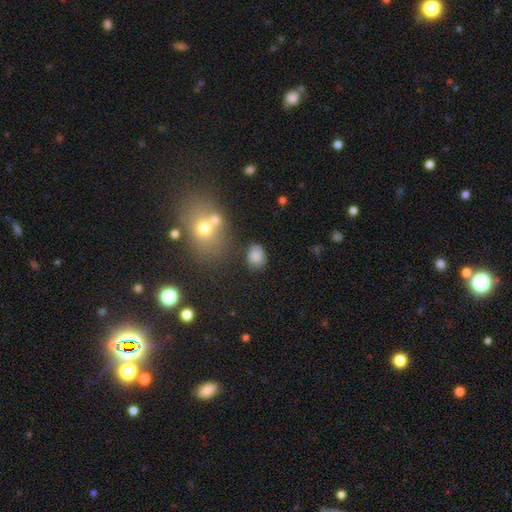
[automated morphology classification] Overall: smooth (83%). How rounded: in between (55%; round 44%). Merging: none (73%).